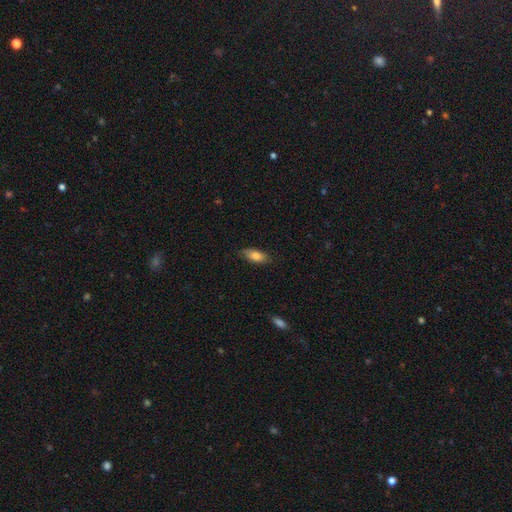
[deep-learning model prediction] smooth-or-featured: smooth: 78% | featured or disk: 15% | star or artifact: 7%
  how-rounded: in between: 83% | cigar-shaped: 14% | round: 3%
  merging: none: 80% | minor disturbance: 16% | major disturbance: 3% | merger: 1%